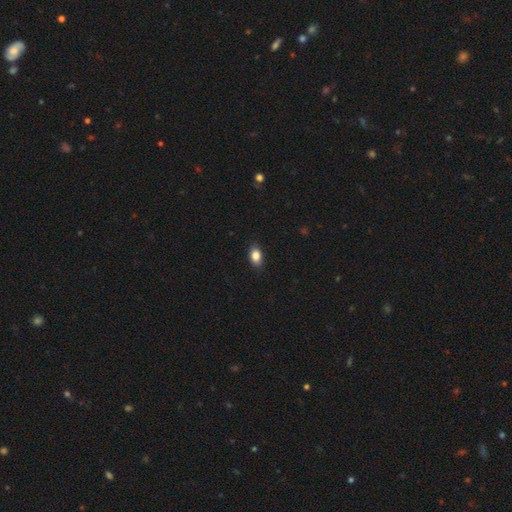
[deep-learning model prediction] Morphology: type=smooth (85%); roundness=in between (85%); merging=none (87%).